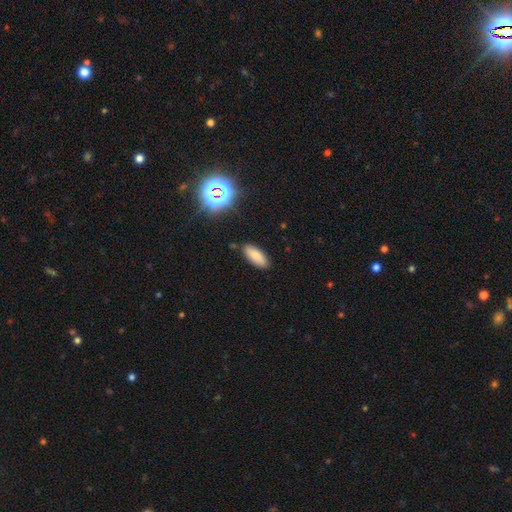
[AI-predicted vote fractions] Smooth or featured: smooth — 81% (star or artifact — 11%)
How rounded: in between — 80% (cigar-shaped — 17%)
Merging: none — 86% (minor disturbance — 10%)